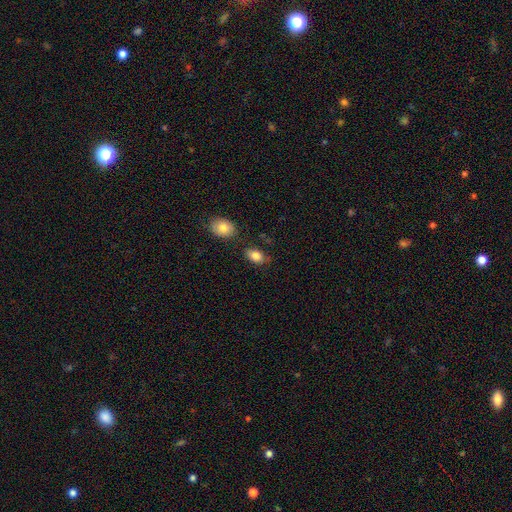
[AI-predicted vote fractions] Morphology: type=smooth (84%); roundness=in between (89%); merging=none (73%).